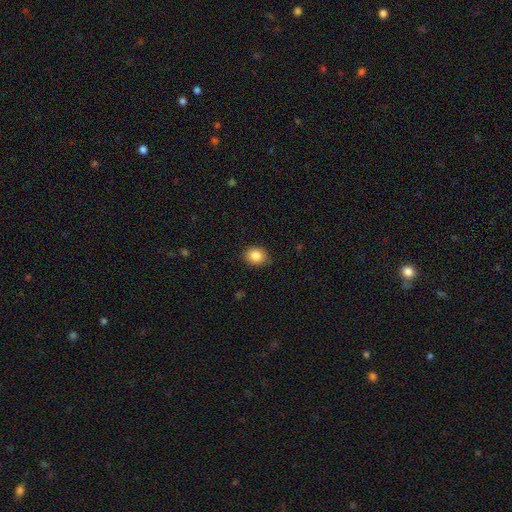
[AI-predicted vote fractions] The model was most divided on "how rounded": round: 61%, in between: 38%, cigar-shaped: 1%. More confident: merging — none (86%); smooth or featured — smooth (85%).